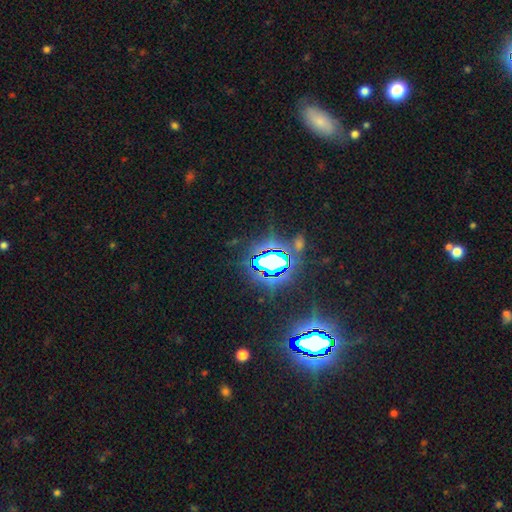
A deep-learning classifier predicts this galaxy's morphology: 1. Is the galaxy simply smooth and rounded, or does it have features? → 82% star or artifact, 10% smooth, 8% featured or disk.